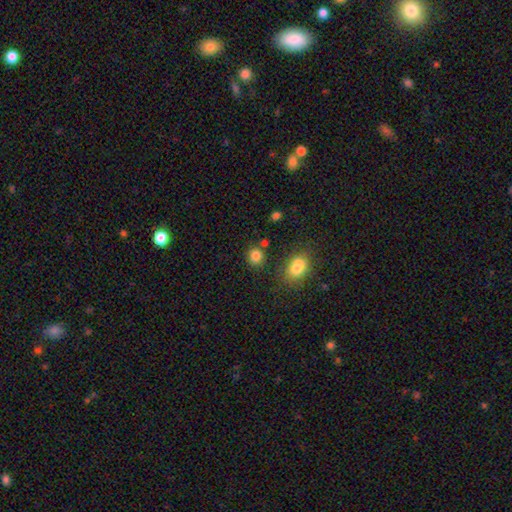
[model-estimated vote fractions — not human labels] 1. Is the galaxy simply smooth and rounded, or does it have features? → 83% smooth, 12% star or artifact, 5% featured or disk.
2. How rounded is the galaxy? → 80% round, 19% in between, 1% cigar-shaped.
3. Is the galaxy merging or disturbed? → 80% none, 10% minor disturbance, 7% merger, 3% major disturbance.